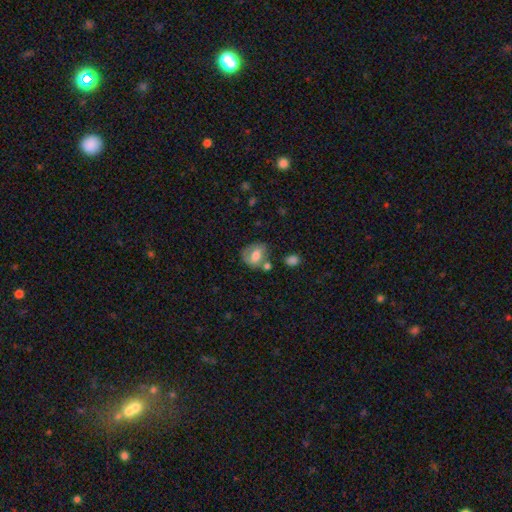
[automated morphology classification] smooth_or_featured: smooth (p=0.58) [alt: featured or disk p=0.33]
how_rounded: in between (p=0.50) [alt: round p=0.49]
merging: none (p=0.50) [alt: minor disturbance p=0.24]